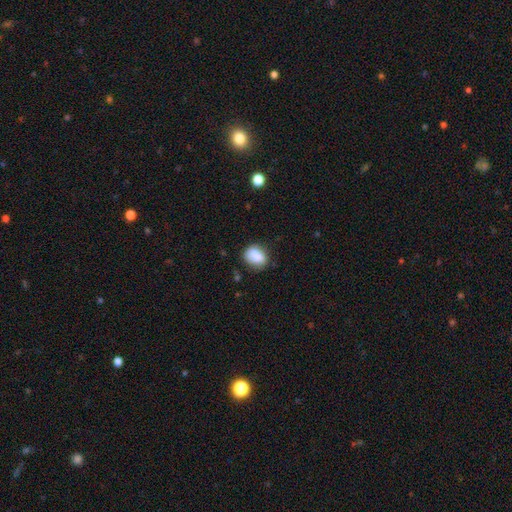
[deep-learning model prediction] This appears to be a smooth galaxy with no disk features (83%) that is in between round and cigar-shaped (56%). Merging: none (73%).